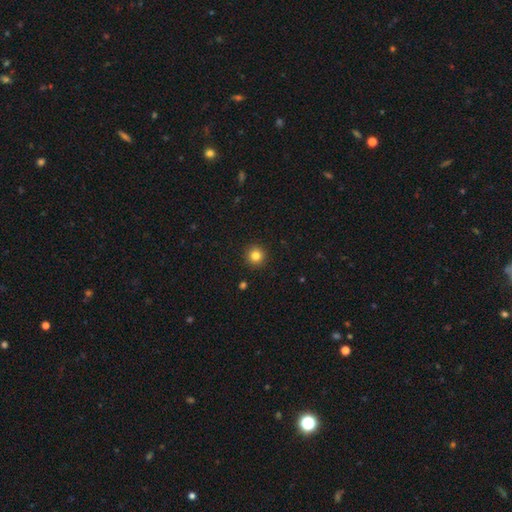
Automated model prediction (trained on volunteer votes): Smooth or featured? Predicted: smooth (p=0.82). How rounded? Predicted: round (p=0.95). Merging? Predicted: none (p=0.92).